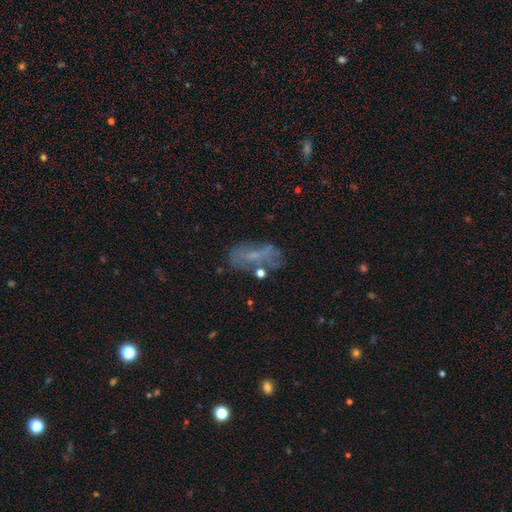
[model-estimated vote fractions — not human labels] The model was most divided on "smooth or featured": featured or disk: 43%, smooth: 42%, star or artifact: 15%. More confident: merging — none (57%).